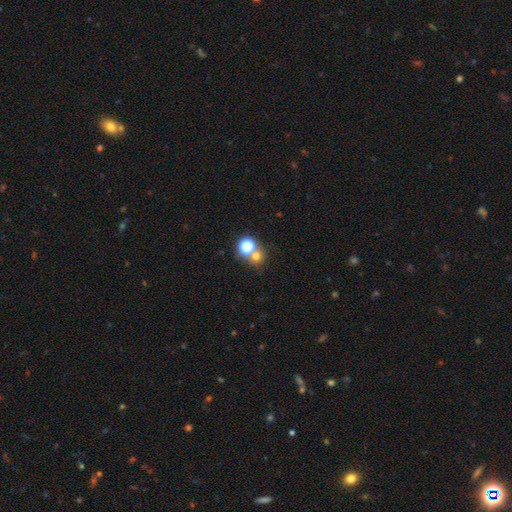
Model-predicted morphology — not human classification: smooth-or-featured: smooth: 65% | star or artifact: 26% | featured or disk: 9%
  how-rounded: round: 86% | in between: 13% | cigar-shaped: 1%
  merging: none: 58% | merger: 32% | minor disturbance: 7% | major disturbance: 4%